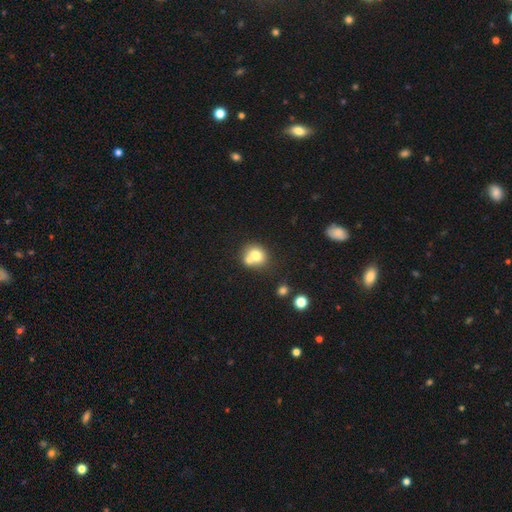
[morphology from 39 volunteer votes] smooth_or_featured: smooth (p=0.72) [alt: featured or disk p=0.15]
how_rounded: round (p=0.89) [alt: in between p=0.11]
merging: merger (p=0.41) [alt: none p=0.35]